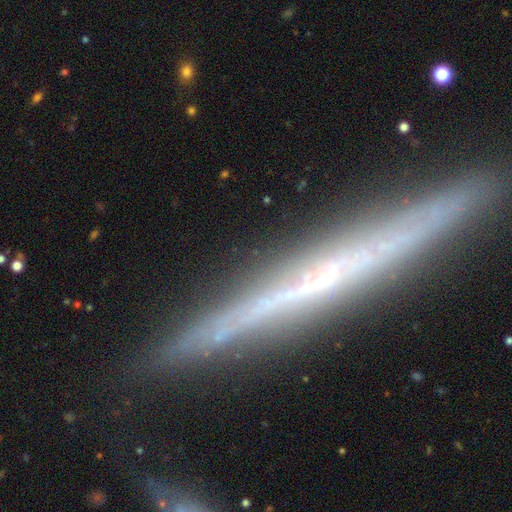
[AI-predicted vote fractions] The model was most divided on "edge-on bulge": none: 73%, rounded: 19%, boxy: 9%. More confident: edge-on disk — yes (96%); merging — none (87%); smooth or featured — featured or disk (77%).